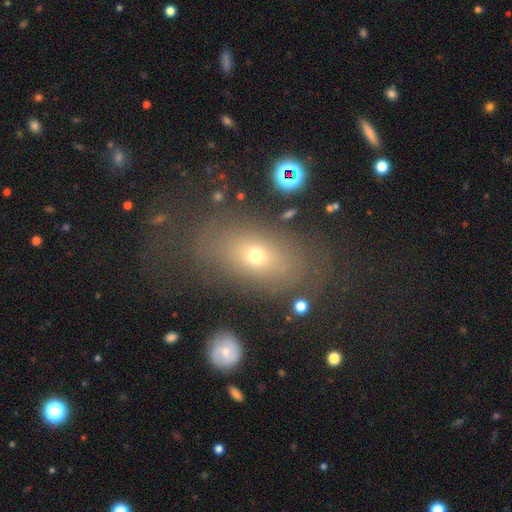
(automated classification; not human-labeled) This is possibly a smooth galaxy (59%). How rounded: likely in between (75%). Merging: likely none (67%).